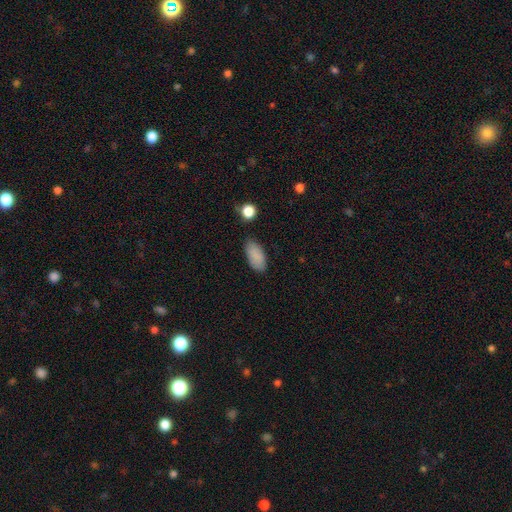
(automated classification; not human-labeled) Smooth or featured: smooth — 87% (star or artifact — 8%)
How rounded: in between — 92% (cigar-shaped — 5%)
Merging: none — 81% (minor disturbance — 13%)